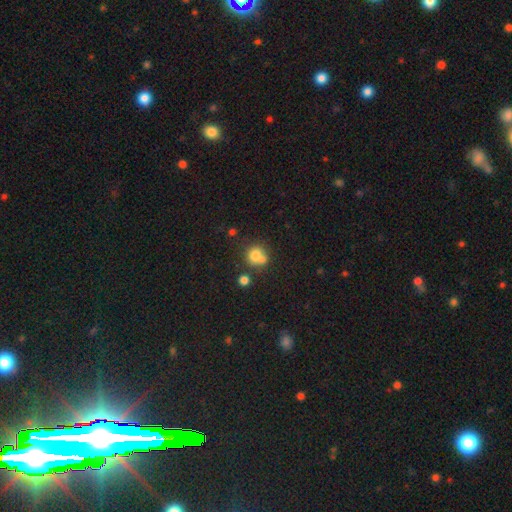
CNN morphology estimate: A smooth galaxy with no disk features (76%) that is round (83%).

Vote fractions:
- Smooth or featured? smooth: 76% / star or artifact: 12% / featured or disk: 12%
- How rounded? round: 83% / in between: 16% / cigar-shaped: 1%
- Merging? none: 48% / merger: 37% / minor disturbance: 11% / major disturbance: 4%